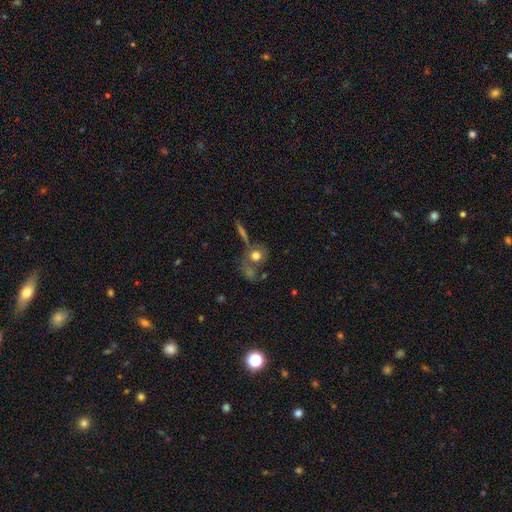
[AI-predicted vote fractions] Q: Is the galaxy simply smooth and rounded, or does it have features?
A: smooth — 67%.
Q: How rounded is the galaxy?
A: round — 74%.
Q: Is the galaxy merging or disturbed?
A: none — 49%.